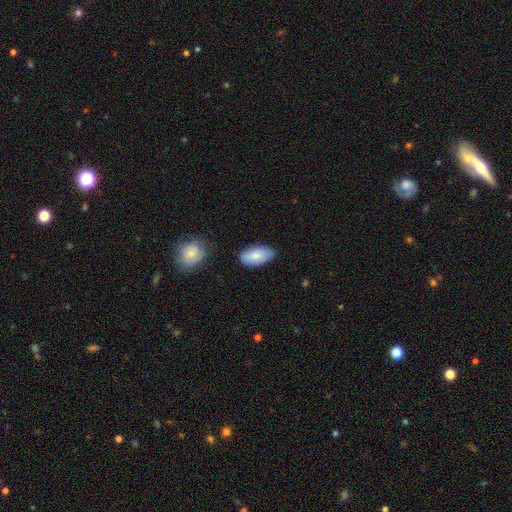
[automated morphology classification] The model was most divided on "merging": none: 80%, minor disturbance: 15%, major disturbance: 3%, merger: 2%. More confident: how rounded — in between (94%); smooth or featured — smooth (82%).